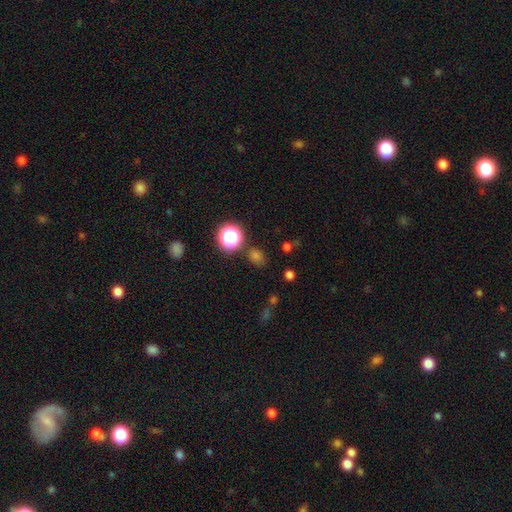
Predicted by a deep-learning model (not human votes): A smooth galaxy with no disk features (55%) that is round (73%). Merging: none (81%).